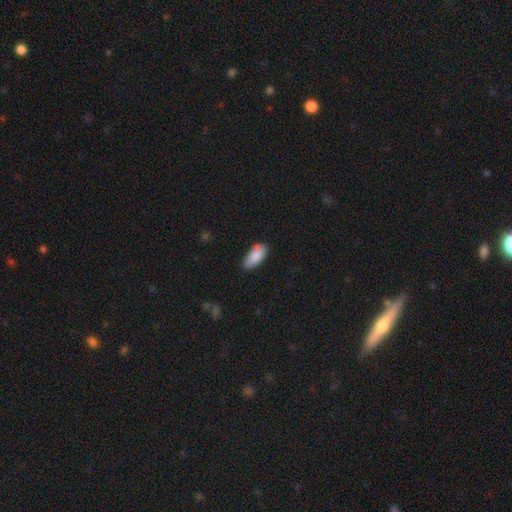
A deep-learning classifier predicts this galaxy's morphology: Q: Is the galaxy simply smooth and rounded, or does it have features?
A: smooth — 88%.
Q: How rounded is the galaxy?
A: in between — 89%.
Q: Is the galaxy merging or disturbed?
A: none — 76%.